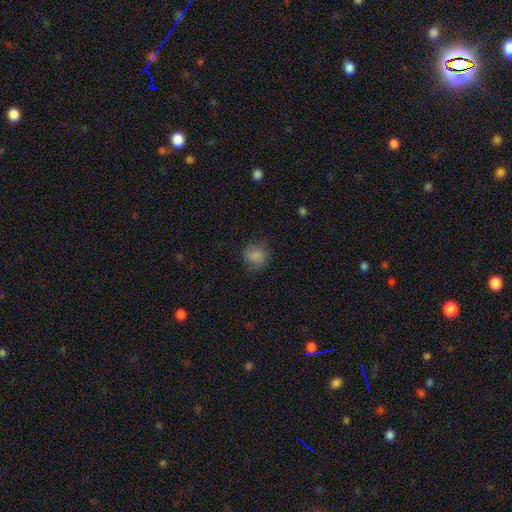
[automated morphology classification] This appears to be a smooth galaxy with no disk features (83%) that is round (84%). Merging: none (76%).